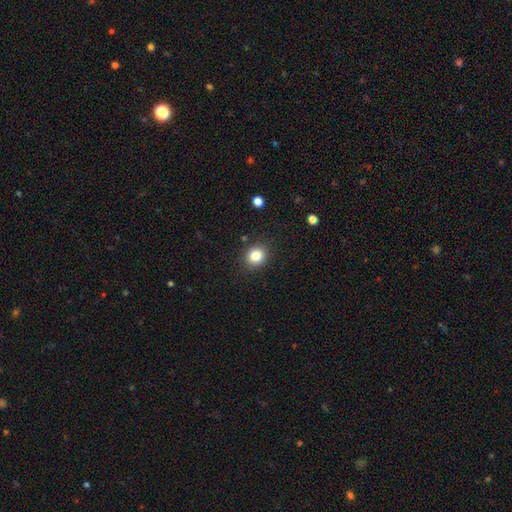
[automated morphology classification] Smooth or featured: smooth — 82% (star or artifact — 12%)
How rounded: round — 79% (in between — 20%)
Merging: none — 89% (minor disturbance — 7%)